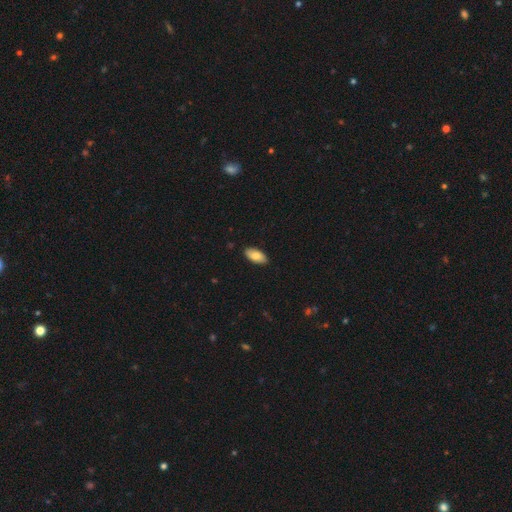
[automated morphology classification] smooth 82%, featured or disk 12%, star or artifact 6%. Down the decision tree: how rounded — in between (93%); merging — none (88%).